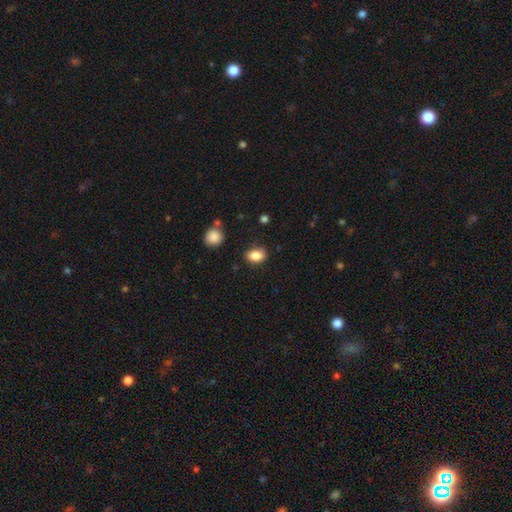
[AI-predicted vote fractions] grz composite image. It shows a smooth galaxy with no disk features (86%) that is in between round and cigar-shaped (76%). Merging: none (80%).